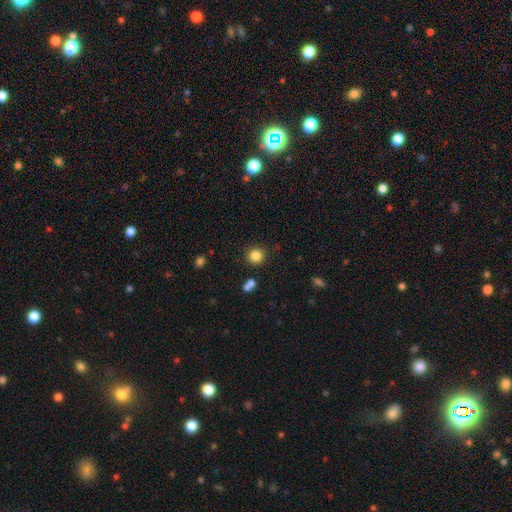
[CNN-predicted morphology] This appears to be a smooth galaxy with no disk features (84%) that is round (91%). Merging: none (85%).